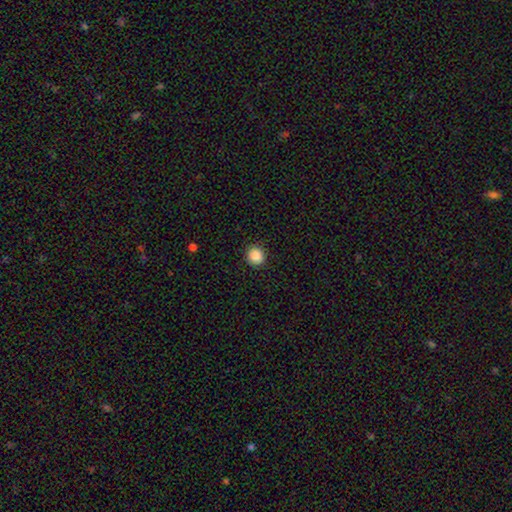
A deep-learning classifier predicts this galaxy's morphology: This is clearly a smooth galaxy (88%). How rounded: clearly round (91%). Merging: clearly none (91%).